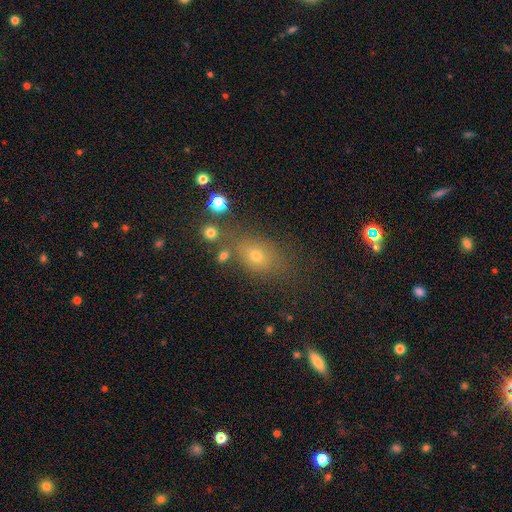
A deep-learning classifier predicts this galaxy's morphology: A smooth galaxy with no disk features (58%) that is in between round and cigar-shaped (55%).

Vote fractions:
- Smooth or featured? smooth: 58% / star or artifact: 29% / featured or disk: 13%
- How rounded? in between: 55% / round: 42% / cigar-shaped: 4%
- Merging? none: 75% / minor disturbance: 12% / merger: 9% / major disturbance: 5%